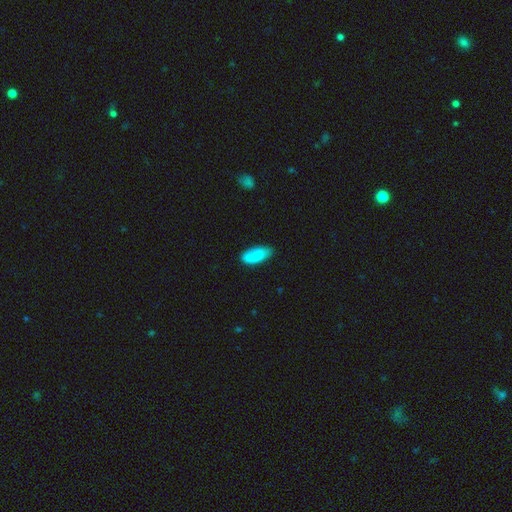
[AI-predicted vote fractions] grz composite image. It shows a smooth galaxy with no disk features (76%) that is in between round and cigar-shaped (84%). Merging: none (75%).